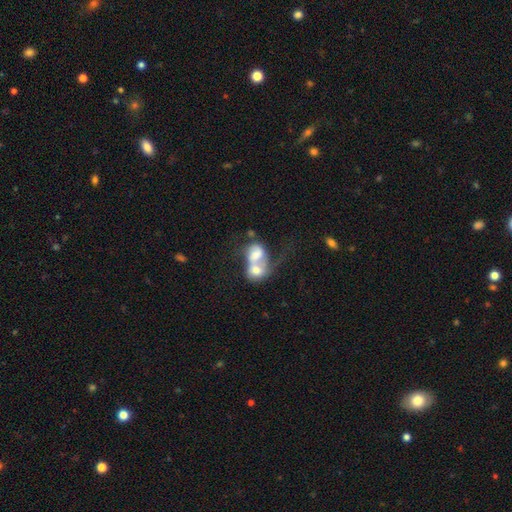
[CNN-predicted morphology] Smooth or featured?
  - smooth: 55% *
  - featured or disk: 37%
  - star or artifact: 8%
How rounded?
  - in between: 63% *
  - round: 36%
  - cigar-shaped: 2%
Merging?
  - merger: 80% *
  - major disturbance: 8%
  - none: 7%
  - minor disturbance: 4%